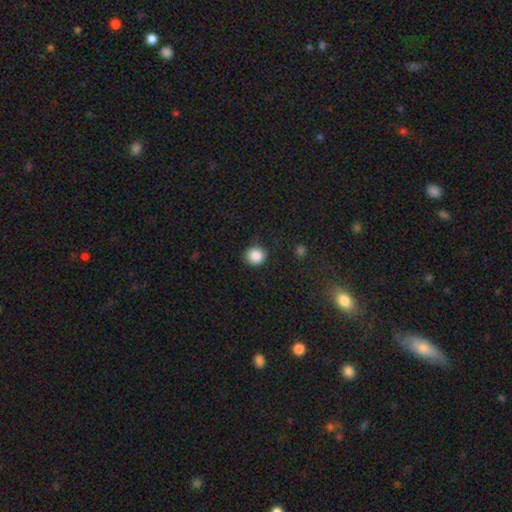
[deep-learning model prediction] Smooth or featured? Predicted: smooth (p=0.87). How rounded? Predicted: round (p=0.89). Merging? Predicted: none (p=0.86).